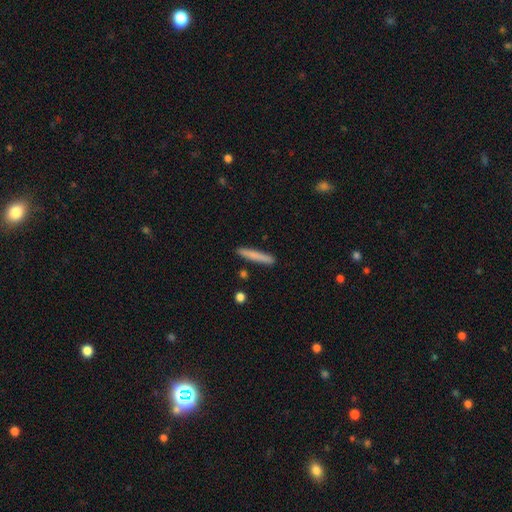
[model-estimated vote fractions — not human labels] Smooth or featured?
  - smooth: 79% *
  - featured or disk: 15%
  - star or artifact: 6%
How rounded?
  - cigar-shaped: 95% *
  - in between: 4%
  - round: 1%
Merging?
  - none: 89% *
  - minor disturbance: 7%
  - merger: 2%
  - major disturbance: 2%